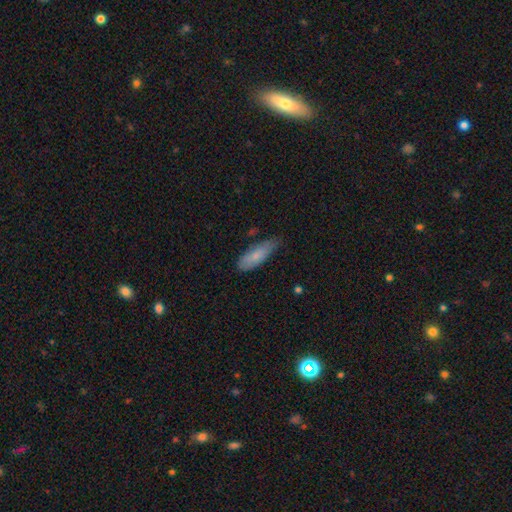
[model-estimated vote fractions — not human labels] smooth 78%, featured or disk 16%, star or artifact 6%. Down the decision tree: how rounded — in between (64%); merging — none (57%).